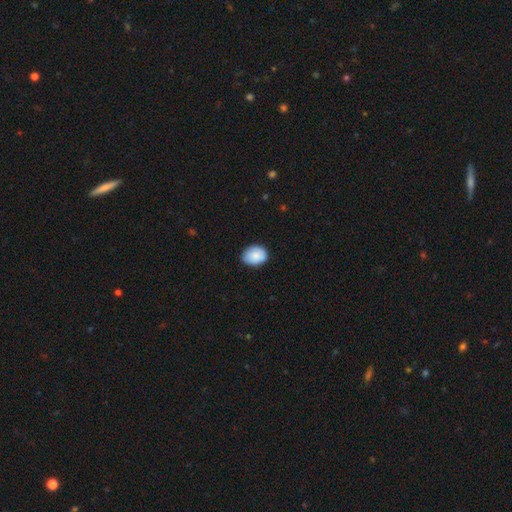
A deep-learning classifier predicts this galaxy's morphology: A smooth galaxy with no disk features (85%) that is in between round and cigar-shaped (64%). Merging: none (79%).